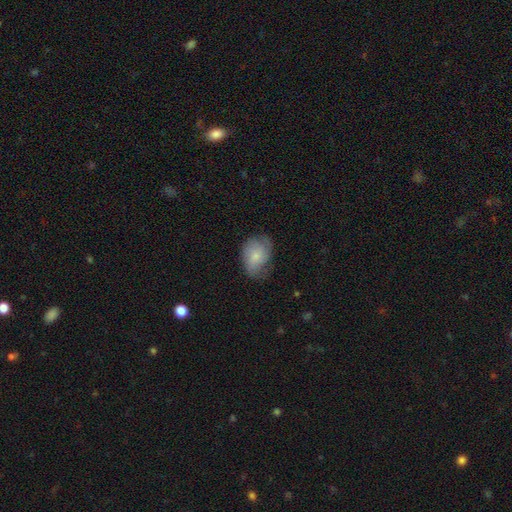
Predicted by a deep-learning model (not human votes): Smooth or featured? smooth (69%)
How rounded? in between (69%)
Merging? none (57%)